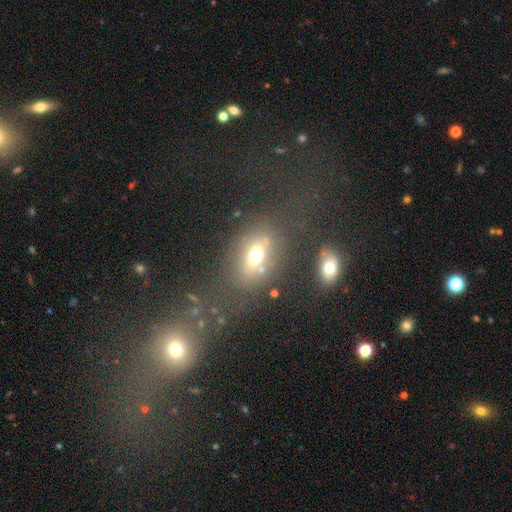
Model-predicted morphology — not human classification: Smooth or featured: smooth — 63% (featured or disk — 21%)
How rounded: in between — 72% (round — 24%)
Merging: none — 64% (minor disturbance — 15%)